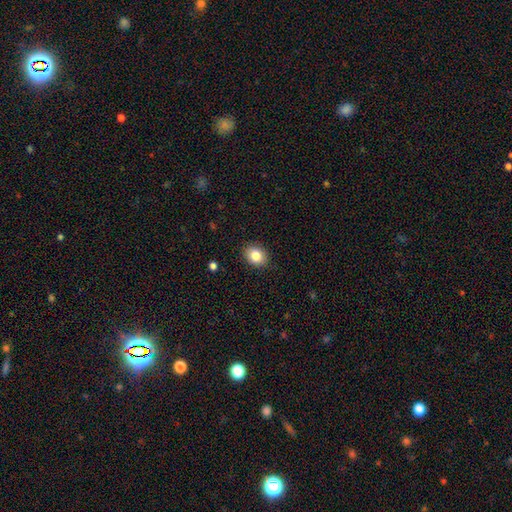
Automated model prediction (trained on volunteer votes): This is clearly a smooth galaxy (84%). How rounded: possibly in between (53%). Merging: clearly none (89%).